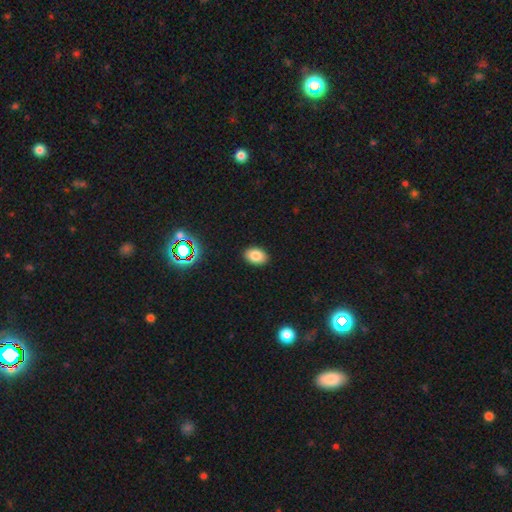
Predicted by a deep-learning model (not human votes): Morphology: type=smooth (83%); roundness=in between (83%); merging=none (90%).